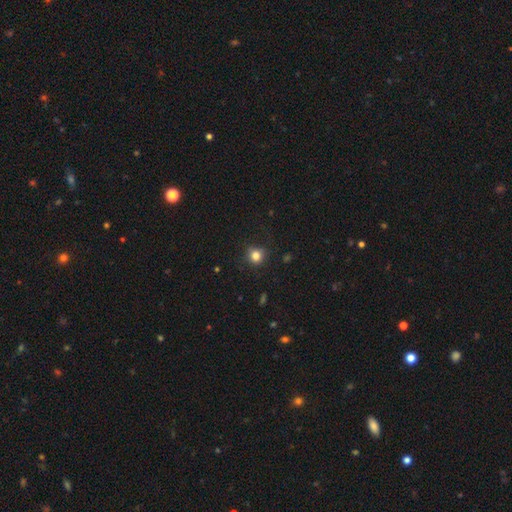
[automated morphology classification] smooth 82%, star or artifact 13%, featured or disk 5%. Down the decision tree: how rounded — round (88%); merging — none (83%).